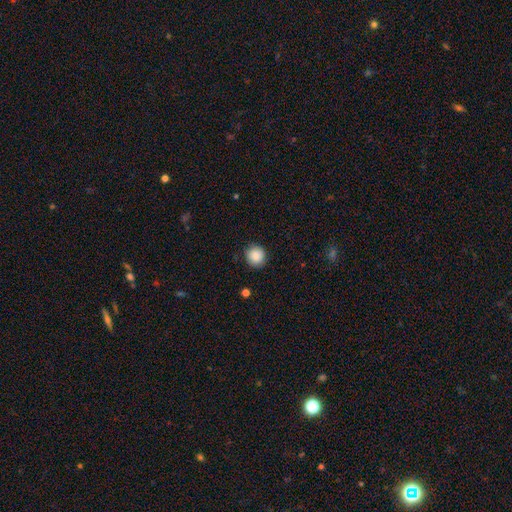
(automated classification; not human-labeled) This appears to be a smooth galaxy with no disk features (88%) that is round (91%). Merging: none (87%).